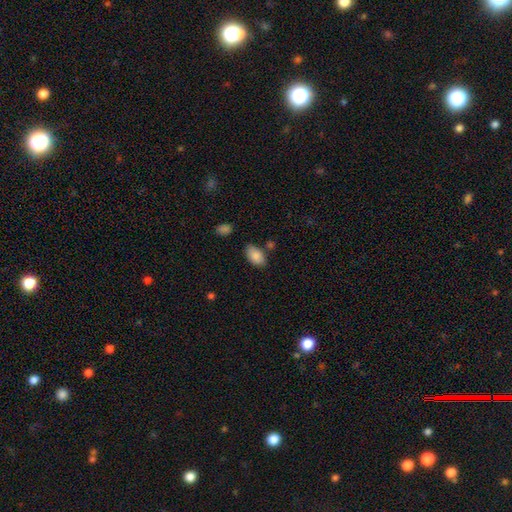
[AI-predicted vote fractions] Smooth or featured?
  - smooth: 86% *
  - star or artifact: 7%
  - featured or disk: 7%
How rounded?
  - in between: 94% *
  - round: 5%
  - cigar-shaped: 2%
Merging?
  - none: 73% *
  - minor disturbance: 18%
  - merger: 6%
  - major disturbance: 4%